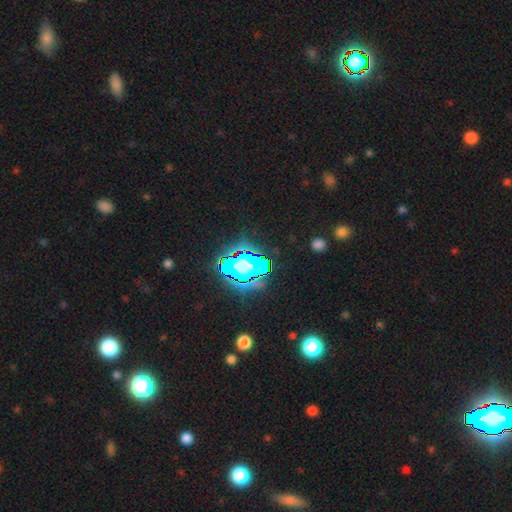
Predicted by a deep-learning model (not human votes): Morphology: type=star or artifact (80%).